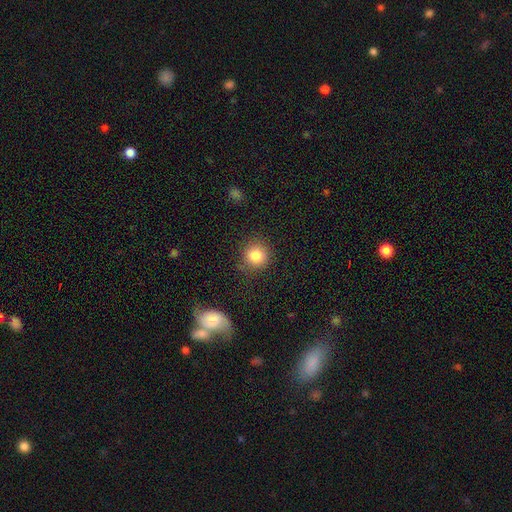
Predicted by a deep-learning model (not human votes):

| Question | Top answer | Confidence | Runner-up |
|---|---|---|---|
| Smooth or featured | smooth | 83% | star or artifact (10%) |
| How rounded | round | 90% | in between (9%) |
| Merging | none | 82% | minor disturbance (11%) |